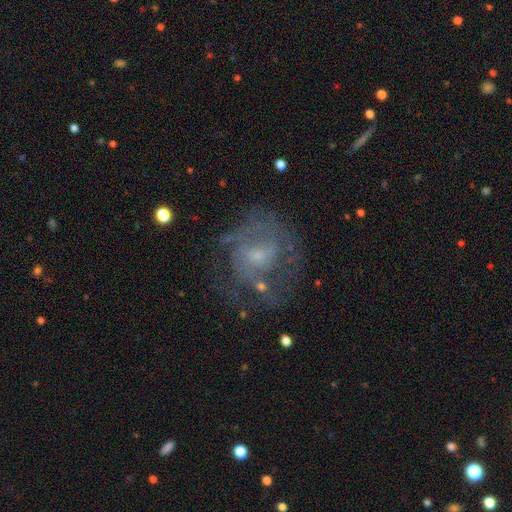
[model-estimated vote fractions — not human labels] featured or disk 71%, smooth 18%, star or artifact 11%. Down the decision tree: edge-on disk — no (98%); bar — no (58%); spiral arms — yes (74%); spiral arm count — can't tell (42%); spiral winding — medium (42%); bulge size — small (62%); merging — none (58%).